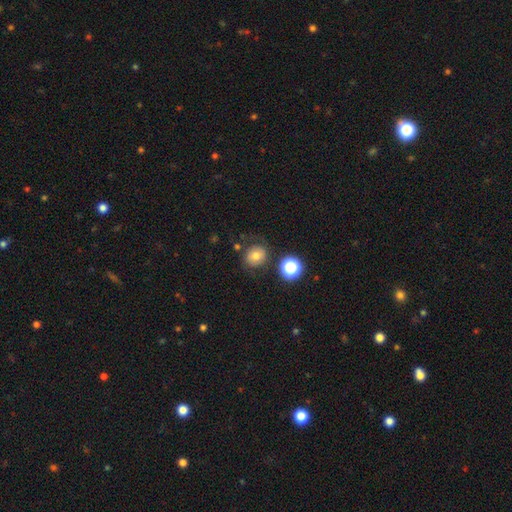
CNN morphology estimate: A smooth galaxy with no disk features (73%) that is round (78%). Merging: none (74%).